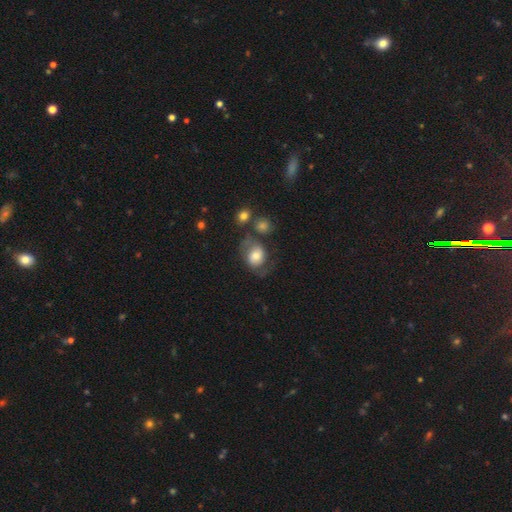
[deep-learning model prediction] Smooth or featured?
  - smooth: 58% *
  - featured or disk: 34%
  - star or artifact: 8%
How rounded?
  - round: 51% *
  - in between: 48%
  - cigar-shaped: 1%
Merging?
  - none: 49% *
  - minor disturbance: 23%
  - major disturbance: 19%
  - merger: 9%